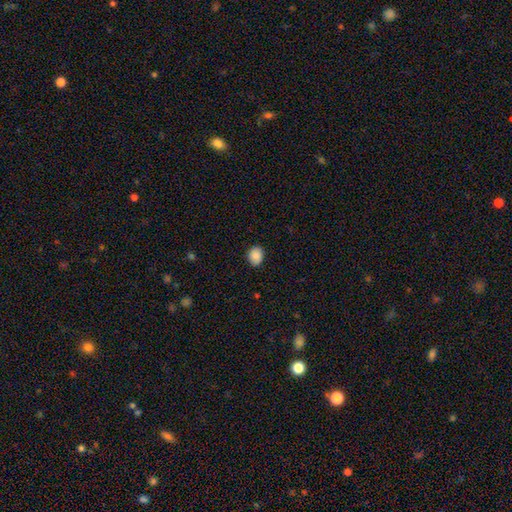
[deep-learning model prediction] smooth 88%, star or artifact 8%, featured or disk 4%. Down the decision tree: how rounded — in between (53%); merging — none (86%).